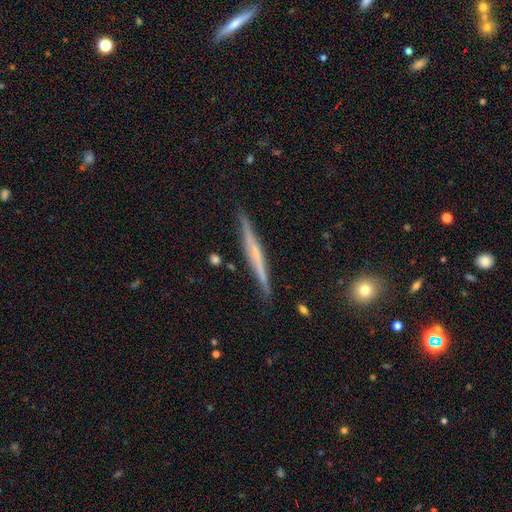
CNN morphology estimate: smooth-or-featured: featured or disk: 64% | smooth: 30% | star or artifact: 6%
  disk-edge-on: yes: 98% | no: 2%
    edge-on-bulge: none: 69% | rounded: 21% | boxy: 10%
  merging: none: 88% | minor disturbance: 9% | major disturbance: 2% | merger: 1%